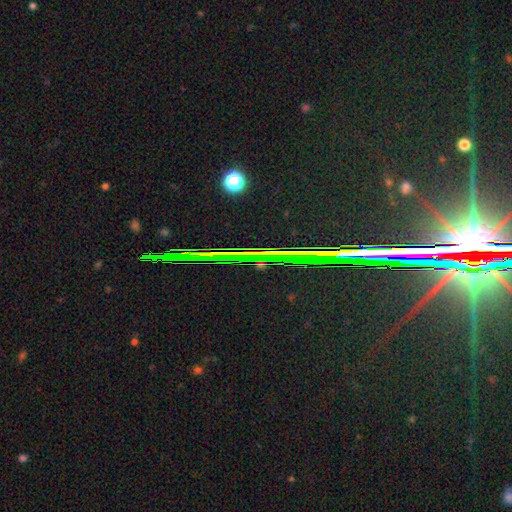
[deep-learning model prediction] Smooth or featured?
  - star or artifact: 80% *
  - featured or disk: 13%
  - smooth: 7%